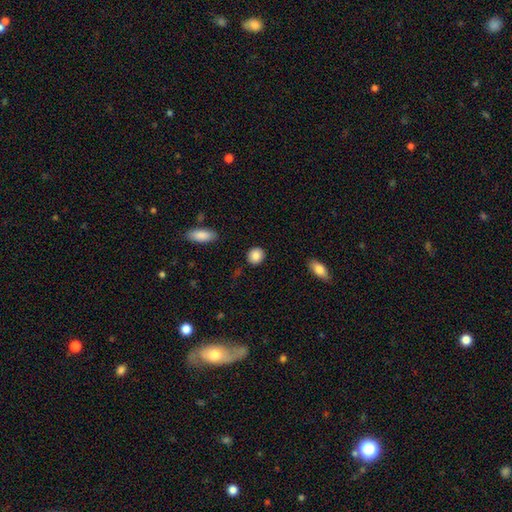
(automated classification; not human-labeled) Smooth or featured? Predicted: smooth (p=0.85). How rounded? Predicted: round (p=0.80). Merging? Predicted: none (p=0.89).